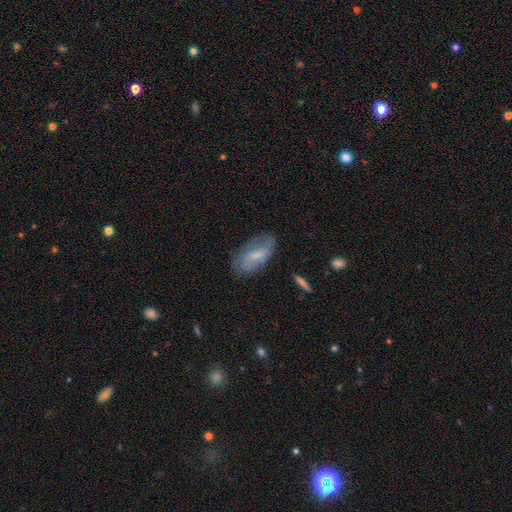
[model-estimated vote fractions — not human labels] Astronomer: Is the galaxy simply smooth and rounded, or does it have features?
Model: smooth — 56% (runner-up: featured or disk, 37%).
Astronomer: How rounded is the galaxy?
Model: in between — 86%.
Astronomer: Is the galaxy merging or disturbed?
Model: none — 63%.